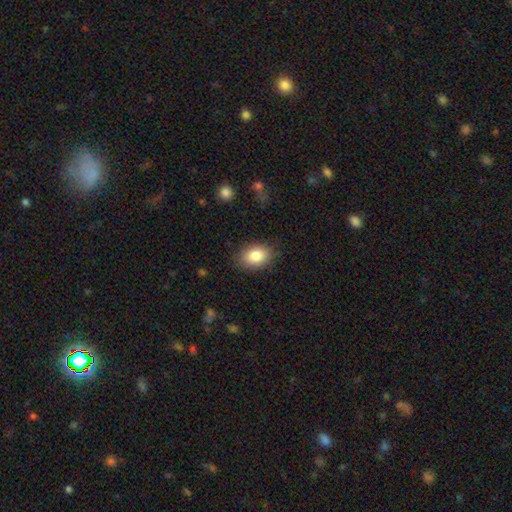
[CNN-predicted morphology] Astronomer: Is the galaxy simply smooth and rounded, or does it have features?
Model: smooth — 85%.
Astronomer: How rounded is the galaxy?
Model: in between — 84%.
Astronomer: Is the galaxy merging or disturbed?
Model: none — 85%.